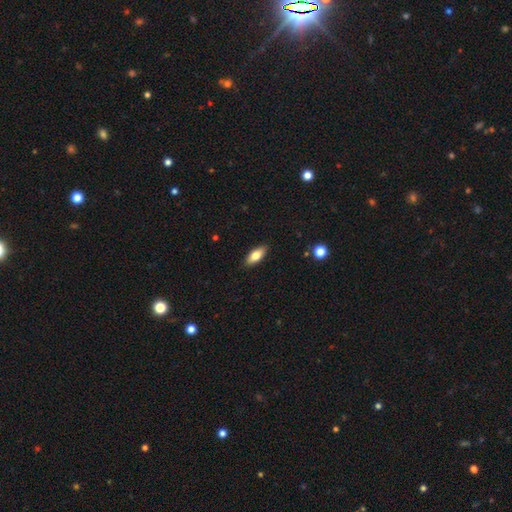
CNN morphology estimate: Smooth or featured? smooth (75%)
How rounded? in between (80%)
Merging? none (89%)